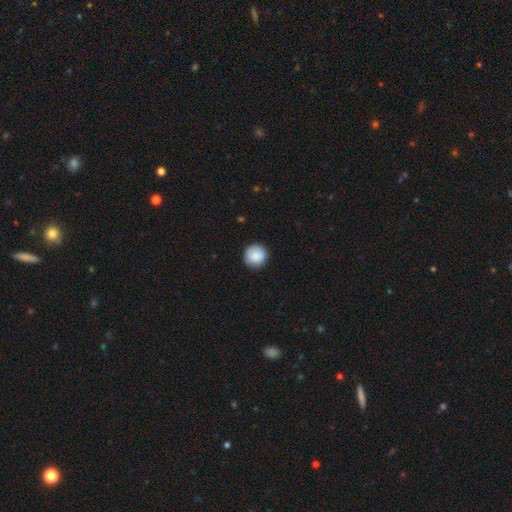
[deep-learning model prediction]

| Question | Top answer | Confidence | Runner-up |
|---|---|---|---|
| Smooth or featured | smooth | 85% | featured or disk (8%) |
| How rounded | round | 94% | in between (5%) |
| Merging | none | 86% | minor disturbance (11%) |